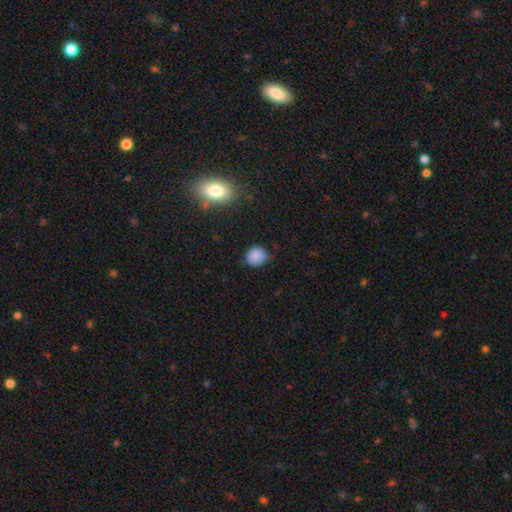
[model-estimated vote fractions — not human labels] Smooth or featured?
  - smooth: 85% *
  - star or artifact: 10%
  - featured or disk: 5%
How rounded?
  - round: 81% *
  - in between: 18%
  - cigar-shaped: 1%
Merging?
  - none: 66% *
  - minor disturbance: 28%
  - major disturbance: 5%
  - merger: 2%